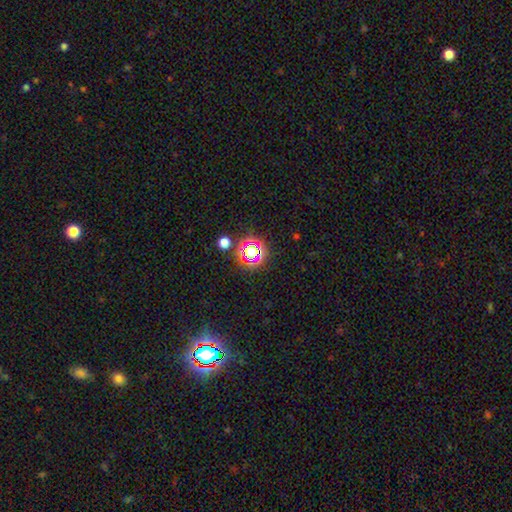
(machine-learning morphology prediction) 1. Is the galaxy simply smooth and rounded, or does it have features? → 65% star or artifact, 25% smooth, 10% featured or disk.